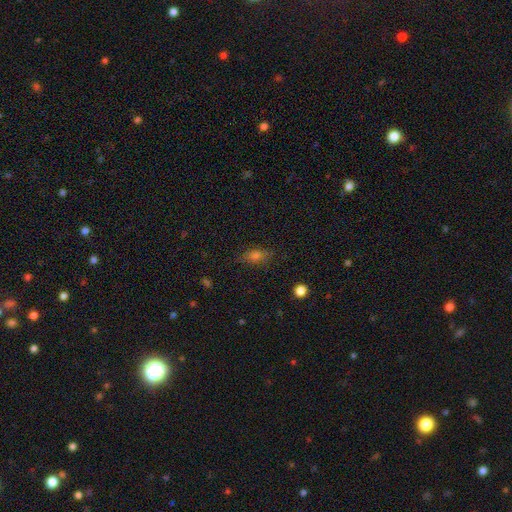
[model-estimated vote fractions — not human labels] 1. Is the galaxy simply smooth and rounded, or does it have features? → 66% smooth, 18% star or artifact, 16% featured or disk.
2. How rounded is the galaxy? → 73% in between, 15% cigar-shaped, 12% round.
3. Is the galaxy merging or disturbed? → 77% none, 16% minor disturbance, 5% major disturbance, 2% merger.